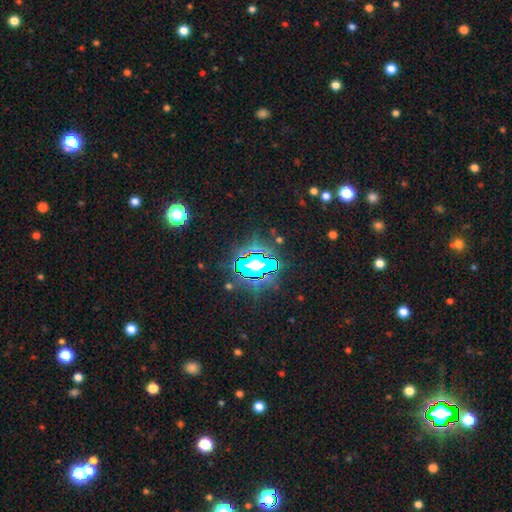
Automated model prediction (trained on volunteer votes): smooth-or-featured: star or artifact: 76% | smooth: 14% | featured or disk: 10%